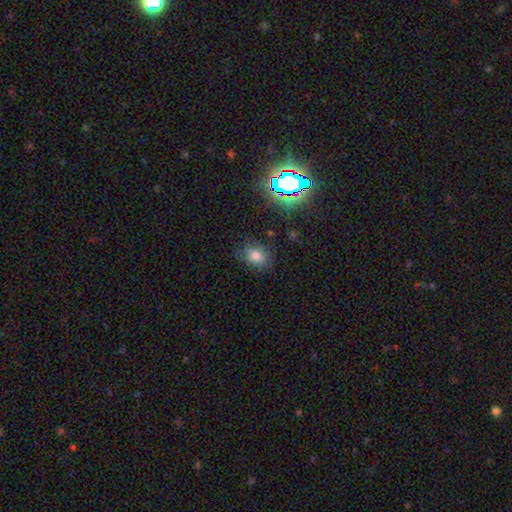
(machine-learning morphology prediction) Overall: smooth (75%). How rounded: in between (63%; round 36%). Merging: none (75%).